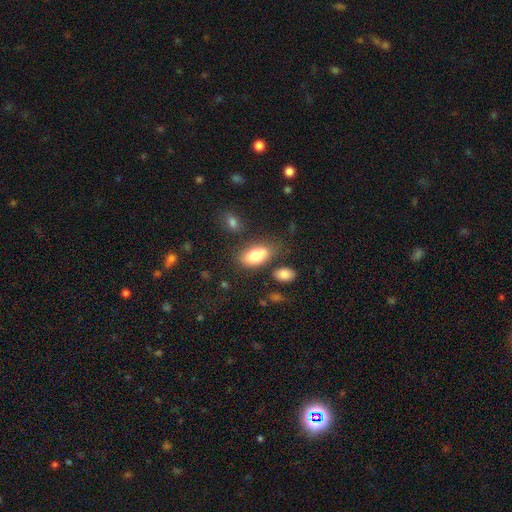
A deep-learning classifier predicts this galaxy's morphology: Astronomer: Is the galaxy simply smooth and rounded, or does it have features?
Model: smooth — 78%.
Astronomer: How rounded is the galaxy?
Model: in between — 91%.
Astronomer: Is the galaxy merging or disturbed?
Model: none — 58%.